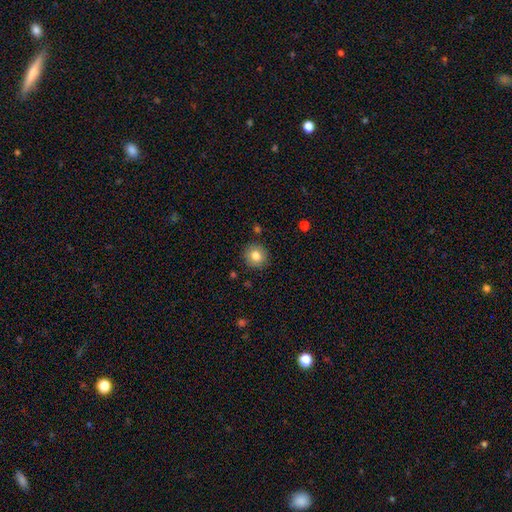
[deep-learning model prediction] Q: Smooth or featured?
A: smooth (82%); runner-up: star or artifact (10%)
Q: How rounded?
A: round (90%); runner-up: in between (9%)
Q: Merging?
A: none (89%); runner-up: minor disturbance (8%)